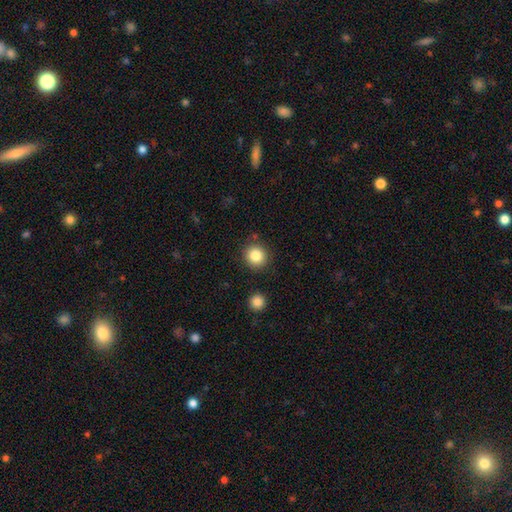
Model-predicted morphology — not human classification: smooth_or_featured: smooth (p=0.85) [alt: star or artifact p=0.10]
how_rounded: round (p=0.91) [alt: in between p=0.08]
merging: none (p=0.87) [alt: minor disturbance p=0.07]